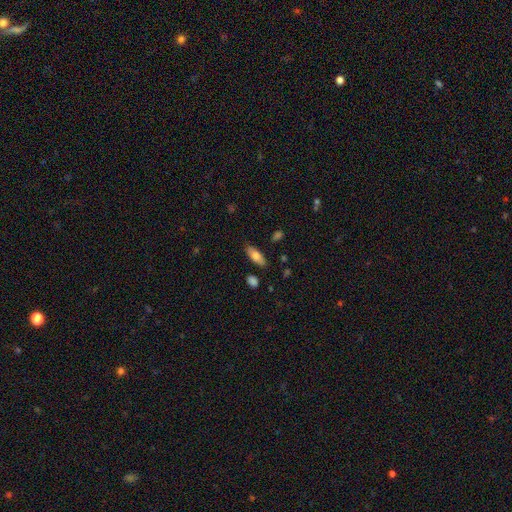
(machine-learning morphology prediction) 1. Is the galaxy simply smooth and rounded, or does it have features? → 77% smooth, 16% featured or disk, 7% star or artifact.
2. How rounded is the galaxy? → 79% in between, 19% cigar-shaped, 2% round.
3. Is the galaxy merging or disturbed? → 84% none, 12% minor disturbance, 2% major disturbance, 2% merger.